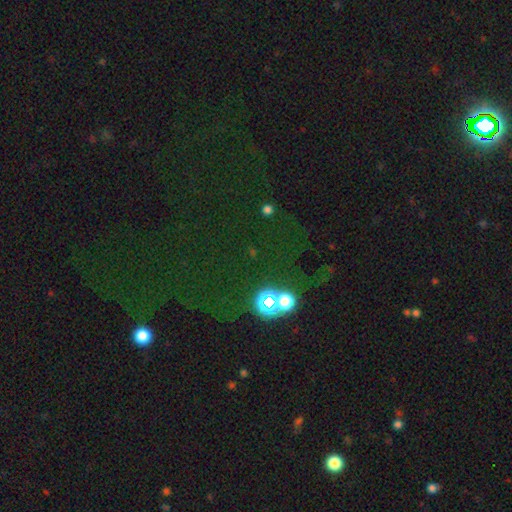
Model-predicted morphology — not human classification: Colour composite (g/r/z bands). It shows a star or artifact, not a galaxy (65%).